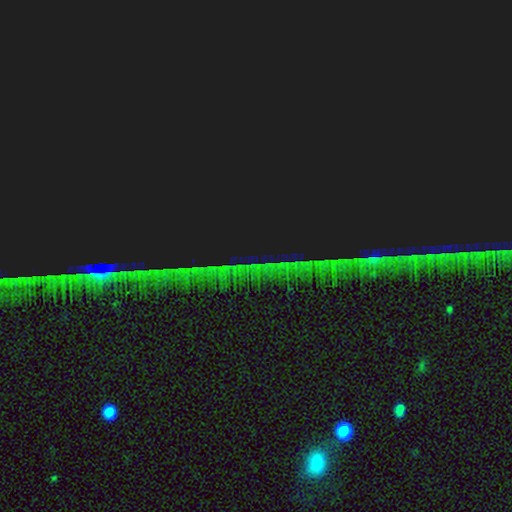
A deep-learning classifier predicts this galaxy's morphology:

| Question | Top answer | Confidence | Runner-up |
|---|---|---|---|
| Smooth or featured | star or artifact | 85% | featured or disk (7%) |